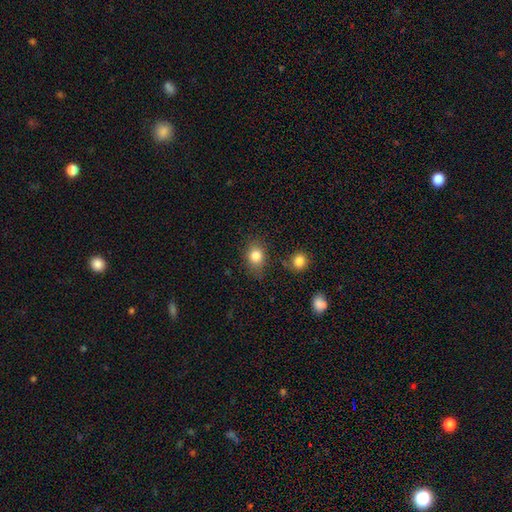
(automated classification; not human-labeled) A smooth galaxy with no disk features (82%) that is round (57%).

Vote fractions:
- Smooth or featured? smooth: 82% / star or artifact: 11% / featured or disk: 7%
- How rounded? round: 57% / in between: 42% / cigar-shaped: 1%
- Merging? none: 77% / minor disturbance: 15% / major disturbance: 4% / merger: 4%